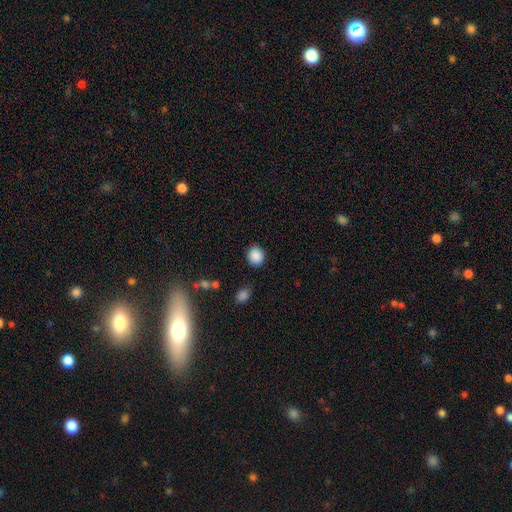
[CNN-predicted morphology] Smooth or featured: smooth — 88% (star or artifact — 9%)
How rounded: round — 68% (in between — 31%)
Merging: none — 86% (minor disturbance — 9%)